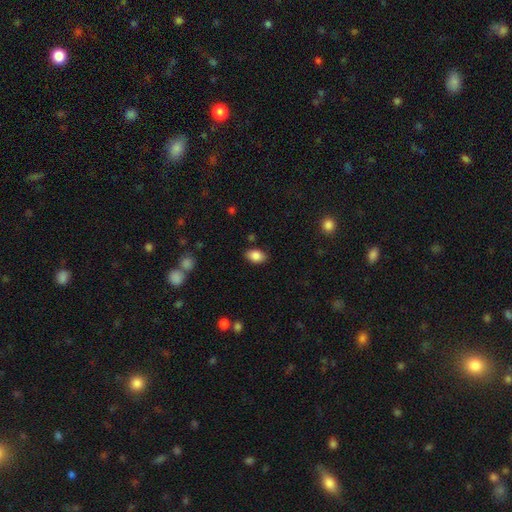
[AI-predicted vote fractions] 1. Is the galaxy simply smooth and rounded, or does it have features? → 87% smooth, 8% star or artifact, 5% featured or disk.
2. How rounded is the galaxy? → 87% in between, 12% round, 1% cigar-shaped.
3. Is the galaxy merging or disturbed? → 84% none, 12% minor disturbance, 3% major disturbance, 1% merger.